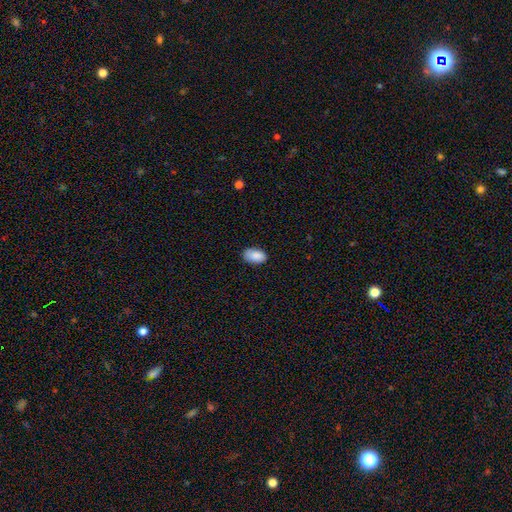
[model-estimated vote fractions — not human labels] Smooth or featured?
  - smooth: 89% *
  - star or artifact: 7%
  - featured or disk: 5%
How rounded?
  - in between: 94% *
  - round: 5%
  - cigar-shaped: 1%
Merging?
  - none: 84% *
  - minor disturbance: 13%
  - major disturbance: 2%
  - merger: 1%